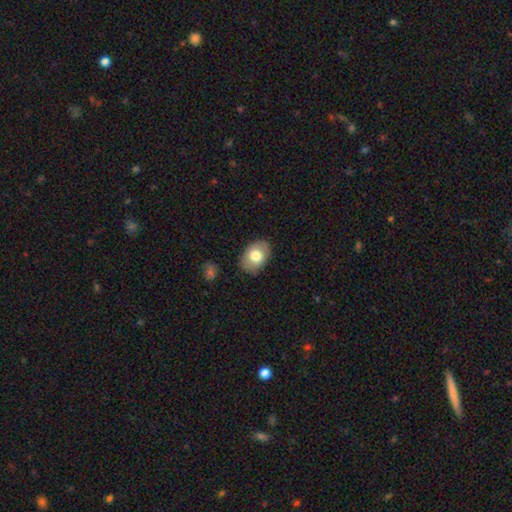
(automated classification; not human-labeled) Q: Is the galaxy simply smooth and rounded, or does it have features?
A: smooth — 76%.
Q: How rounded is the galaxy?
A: in between — 82%.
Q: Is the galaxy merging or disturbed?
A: none — 84%.